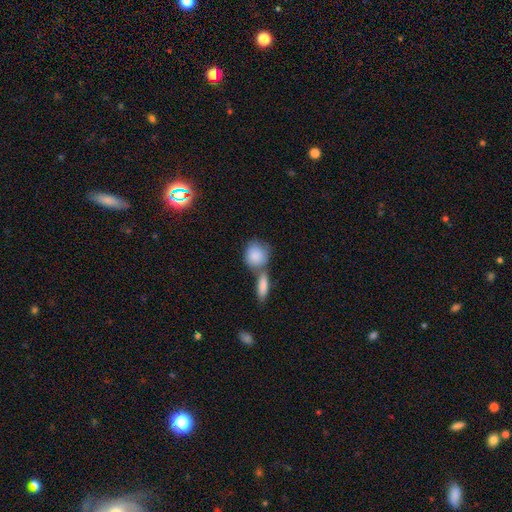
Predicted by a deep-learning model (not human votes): Smooth or featured? smooth (85%)
How rounded? round (66%)
Merging? merger (45%)